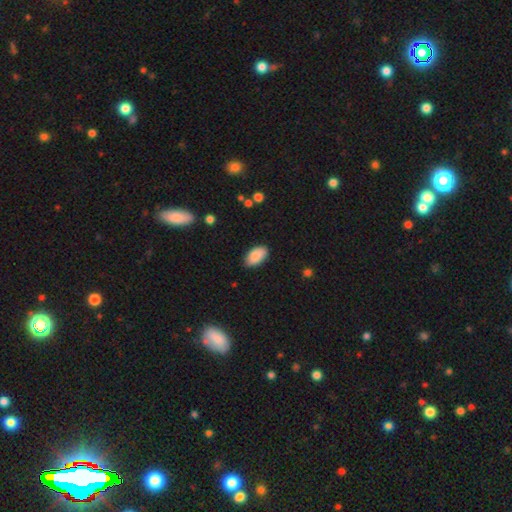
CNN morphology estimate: type=smooth (85%); roundness=in between (95%); merging=none (85%).